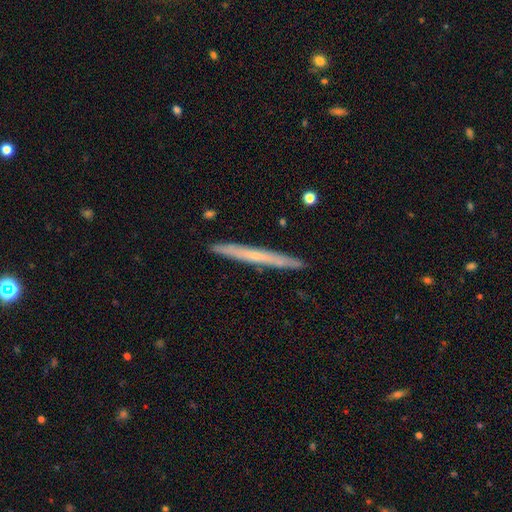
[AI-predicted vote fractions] Overall: featured or disk (53%; smooth 41%). Edge-on disk: yes (95%). Edge-on bulge: none (72%). Merging: none (91%).